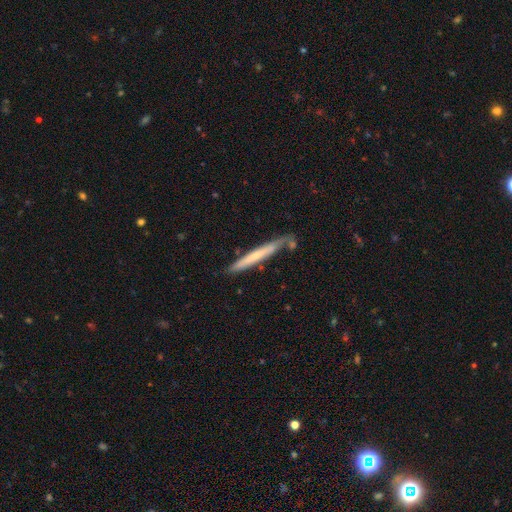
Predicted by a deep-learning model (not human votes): Smooth or featured: smooth — 50% (featured or disk — 45%)
Merging: none — 76% (minor disturbance — 15%)